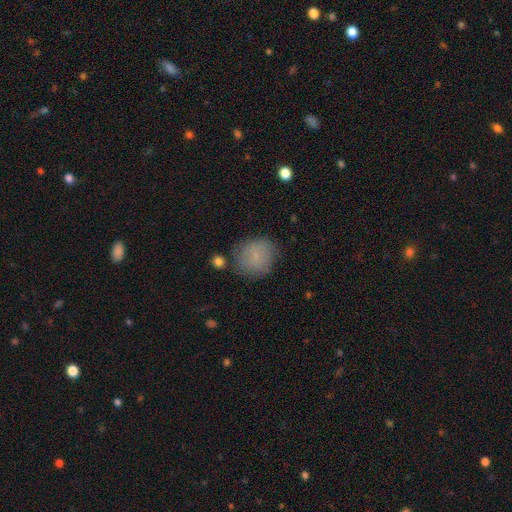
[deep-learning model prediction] Smooth or featured: smooth — 78% (featured or disk — 12%)
How rounded: round — 84% (in between — 15%)
Merging: none — 73% (minor disturbance — 18%)